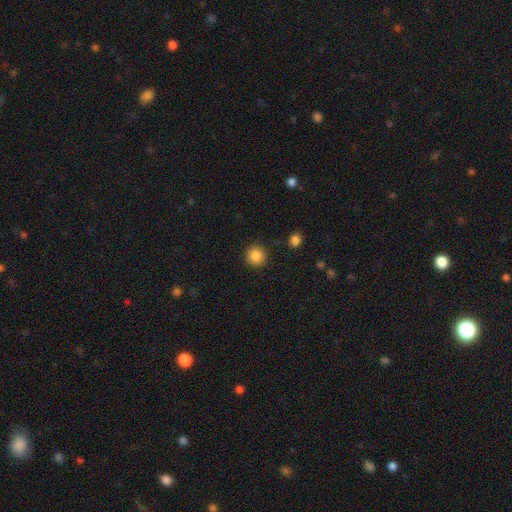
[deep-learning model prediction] The model was most divided on "smooth or featured": smooth: 86%, star or artifact: 10%, featured or disk: 4%. More confident: how rounded — round (94%); merging — none (90%).